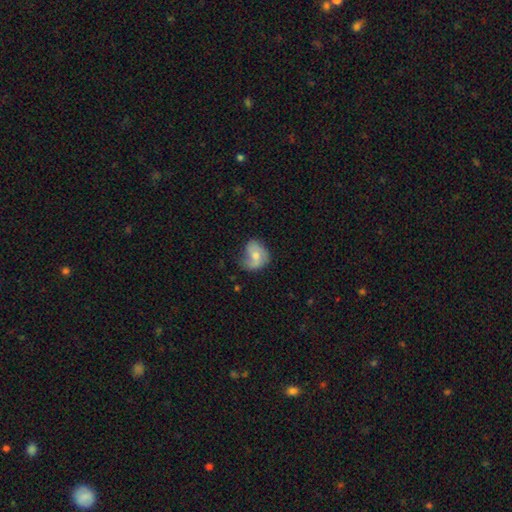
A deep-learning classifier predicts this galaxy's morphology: smooth_or_featured: featured or disk (p=0.48) [alt: smooth p=0.45]
merging: none (p=0.41) [alt: minor disturbance p=0.34]